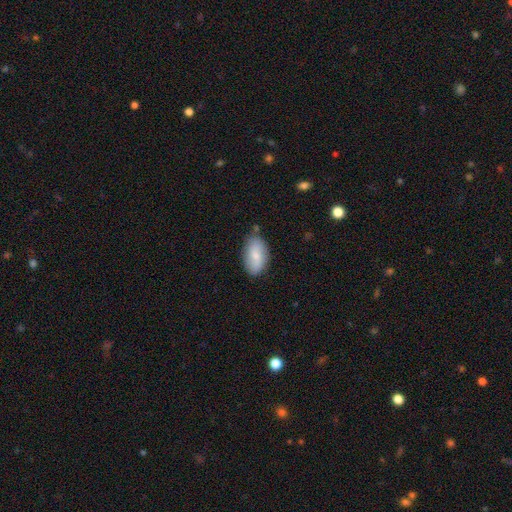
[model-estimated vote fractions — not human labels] The model was most divided on "smooth or featured": smooth: 73%, featured or disk: 21%, star or artifact: 6%. More confident: how rounded — in between (93%); merging — none (78%).